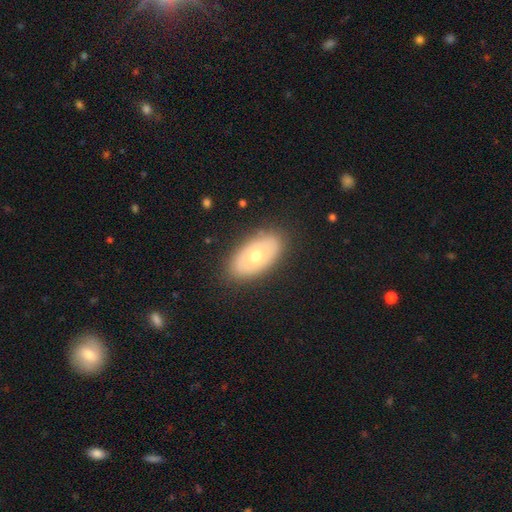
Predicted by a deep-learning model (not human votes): A smooth galaxy with no disk features (56%) that is in between round and cigar-shaped (93%). Merging: none (85%).